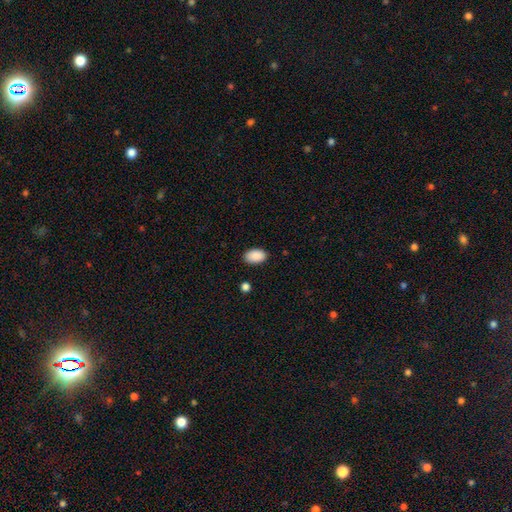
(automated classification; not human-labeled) Smooth or featured? Predicted: smooth (p=0.90). How rounded? Predicted: in between (p=0.93). Merging? Predicted: none (p=0.87).